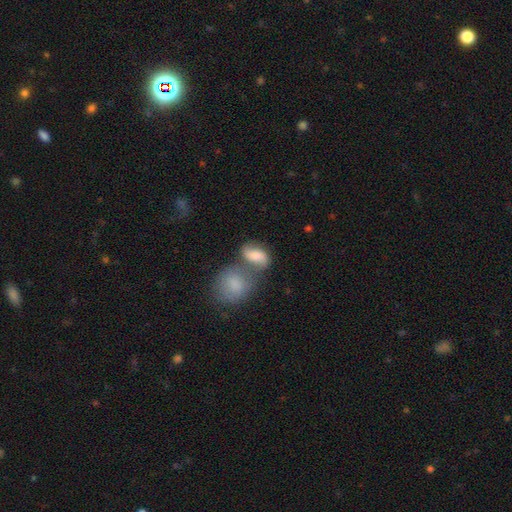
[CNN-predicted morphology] Q: Smooth or featured?
A: smooth (68%); runner-up: featured or disk (23%)
Q: How rounded?
A: in between (79%); runner-up: round (17%)
Q: Merging?
A: merger (45%); runner-up: none (34%)